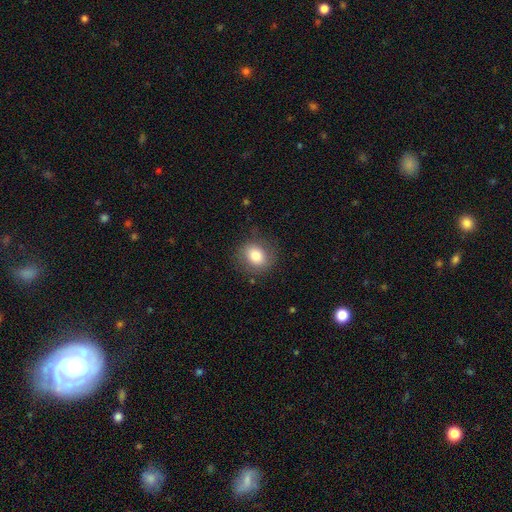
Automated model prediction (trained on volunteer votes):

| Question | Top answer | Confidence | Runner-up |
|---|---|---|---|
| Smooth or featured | smooth | 79% | featured or disk (12%) |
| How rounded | round | 70% | in between (29%) |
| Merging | none | 79% | minor disturbance (14%) |